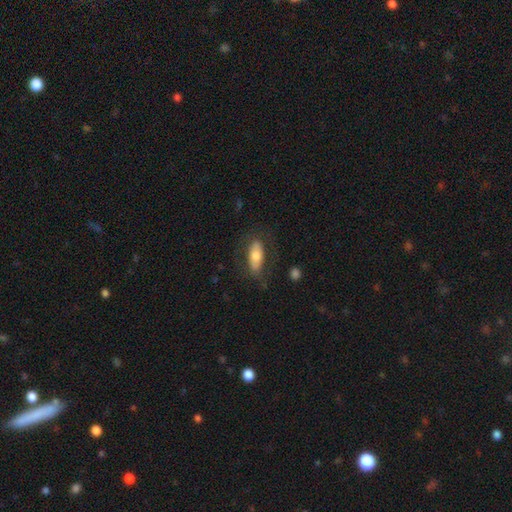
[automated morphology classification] smooth_or_featured: smooth (p=0.65) [alt: featured or disk p=0.28]
how_rounded: in between (p=0.82) [alt: cigar-shaped p=0.15]
merging: none (p=0.70) [alt: minor disturbance p=0.17]